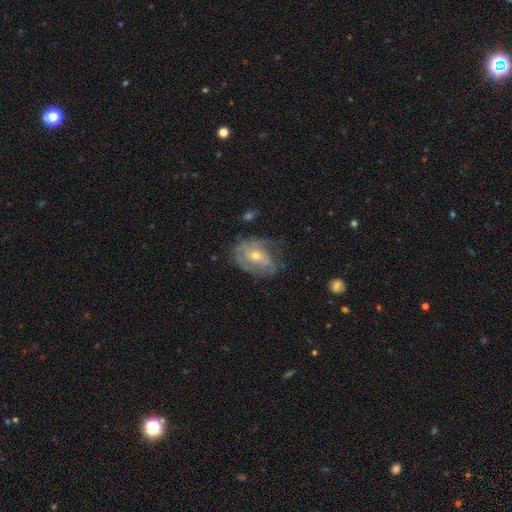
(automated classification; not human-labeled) smooth-or-featured: featured or disk: 66% | smooth: 27% | star or artifact: 7%
  disk-edge-on: no: 96% | yes: 4%
    bar: no: 73% | weak: 22% | strong: 5%
    has-spiral-arms: yes: 71% | no: 29%
    bulge-size: small: 53% | moderate: 43% | large: 2% | none: 1% | dominant: 1%
  merging: none: 51% | minor disturbance: 28% | major disturbance: 19% | merger: 2%